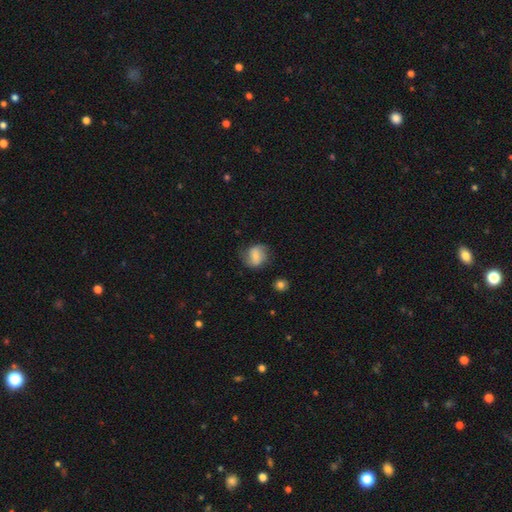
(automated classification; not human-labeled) Q: Smooth or featured?
A: smooth (55%); runner-up: featured or disk (36%)
Q: How rounded?
A: round (58%); runner-up: in between (40%)
Q: Merging?
A: none (65%); runner-up: minor disturbance (24%)